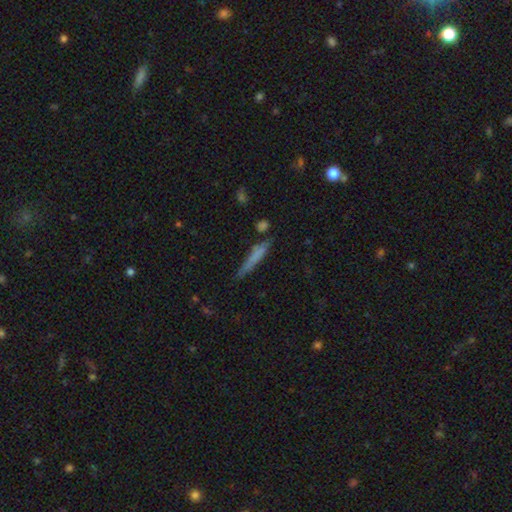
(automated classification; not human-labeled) Overall: smooth (67%). How rounded: cigar-shaped (93%). Merging: none (70%).